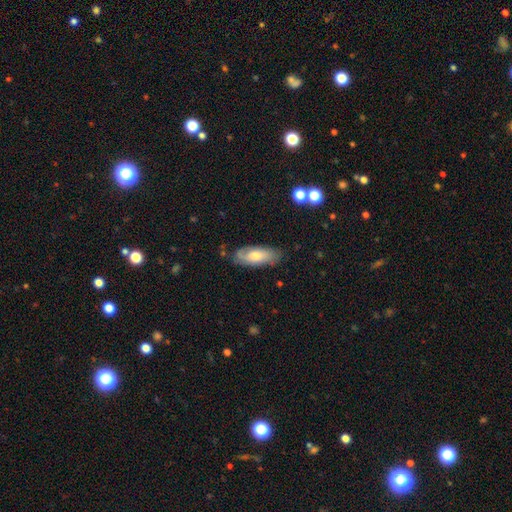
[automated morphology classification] Smooth or featured: smooth — 53% (featured or disk — 41%)
How rounded: in between — 79% (cigar-shaped — 18%)
Merging: none — 73% (minor disturbance — 20%)